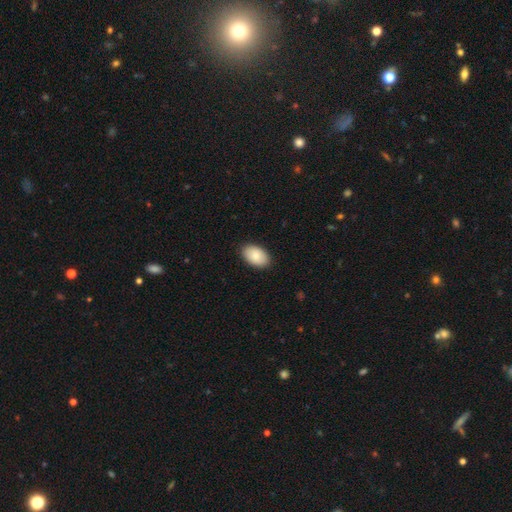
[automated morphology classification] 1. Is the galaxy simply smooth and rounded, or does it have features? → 86% smooth, 8% featured or disk, 6% star or artifact.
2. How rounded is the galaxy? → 93% in between, 5% round, 1% cigar-shaped.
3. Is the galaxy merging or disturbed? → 89% none, 9% minor disturbance, 2% major disturbance, 1% merger.